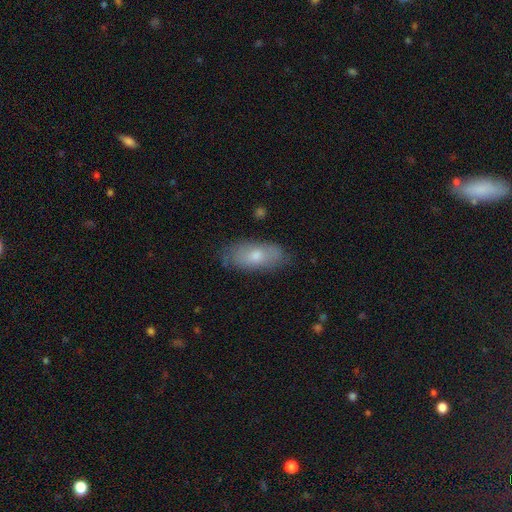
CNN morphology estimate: This is likely a smooth galaxy (68%). How rounded: clearly in between (86%). Merging: likely none (75%).